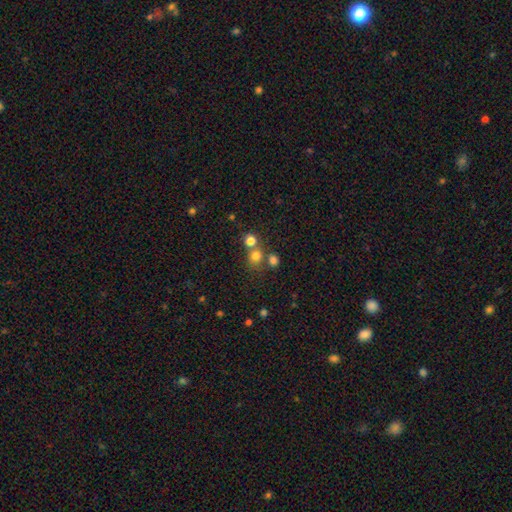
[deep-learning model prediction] Overall: smooth (74%). How rounded: round (81%). Merging: none (59%; merger 29%).